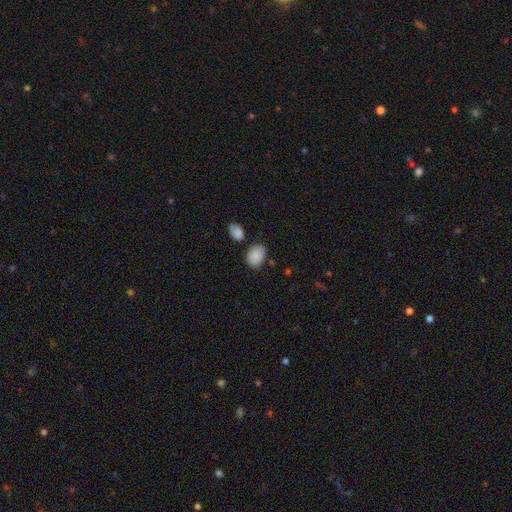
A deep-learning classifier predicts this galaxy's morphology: Smooth or featured? Predicted: smooth (p=0.87). How rounded? Predicted: in between (p=0.77). Merging? Predicted: none (p=0.69).